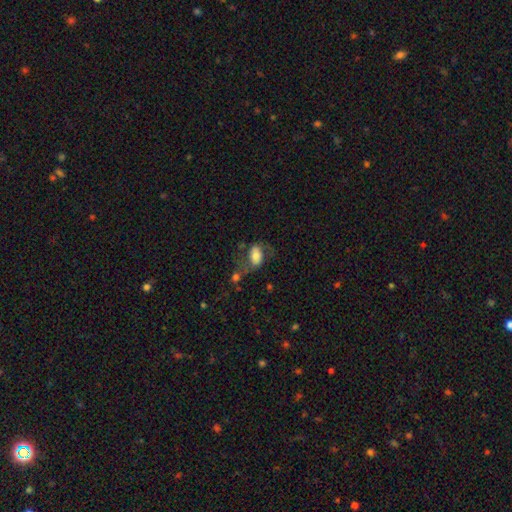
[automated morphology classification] Q: Smooth or featured?
A: smooth (59%); runner-up: featured or disk (33%)
Q: How rounded?
A: in between (86%); runner-up: round (11%)
Q: Merging?
A: none (39%); runner-up: major disturbance (27%)